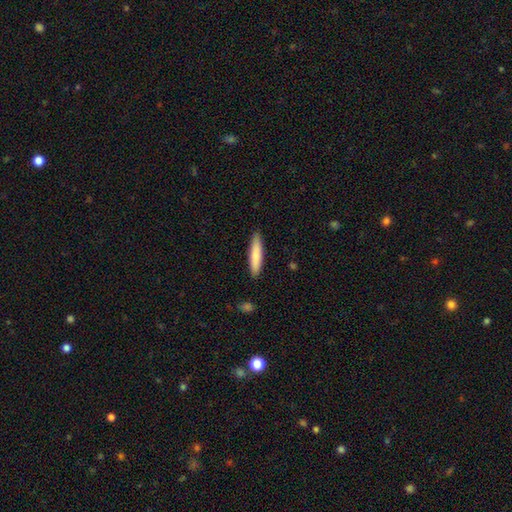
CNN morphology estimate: The model was most divided on "how rounded": cigar-shaped: 84%, in between: 15%, round: 1%. More confident: merging — none (89%); smooth or featured — smooth (82%).